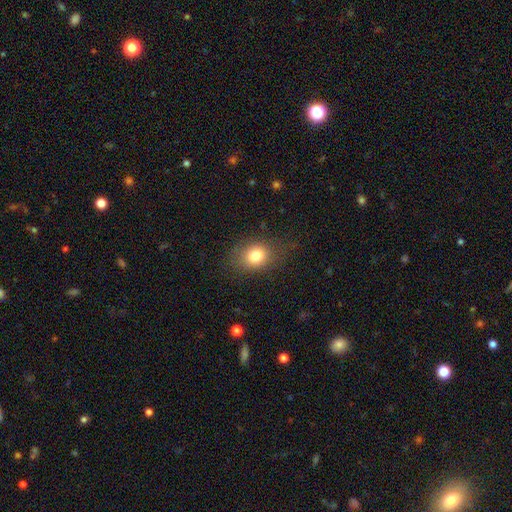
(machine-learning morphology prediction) Smooth or featured: smooth — 80% (star or artifact — 11%)
How rounded: in between — 53% (round — 46%)
Merging: none — 78% (minor disturbance — 15%)